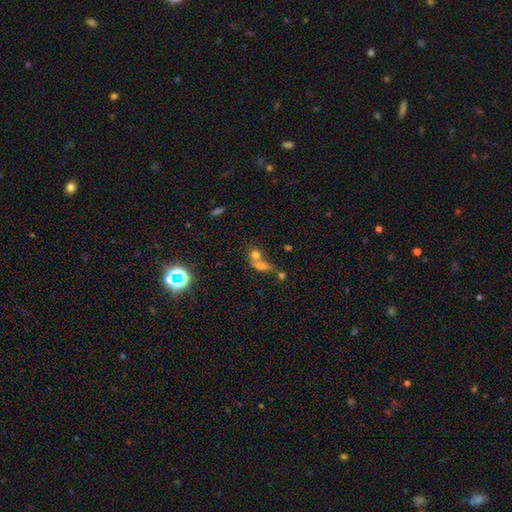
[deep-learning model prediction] This is likely a smooth galaxy (67%). How rounded: possibly round (51%). Merging: possibly merger (54%).